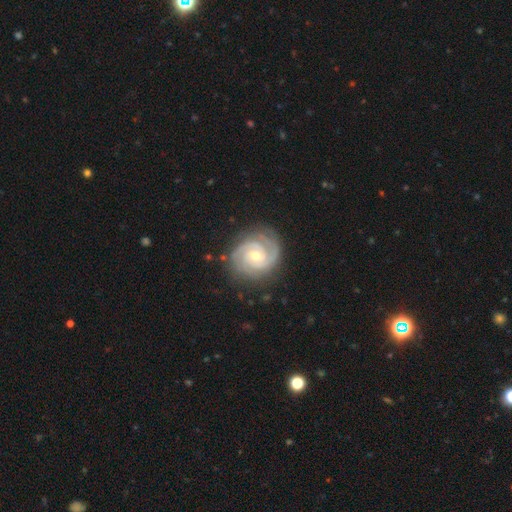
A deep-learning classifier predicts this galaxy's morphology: This is clearly a featured or disk galaxy (92%). It is clearly not viewed edge-on (98%). Bar: likely no (60%). Spiral arm pattern: clearly yes (99%). Spiral arm count: marginally 3 (42%). Spiral winding: likely tight (76%). Central bulge: possibly small (49%). Merging: clearly none (82%).